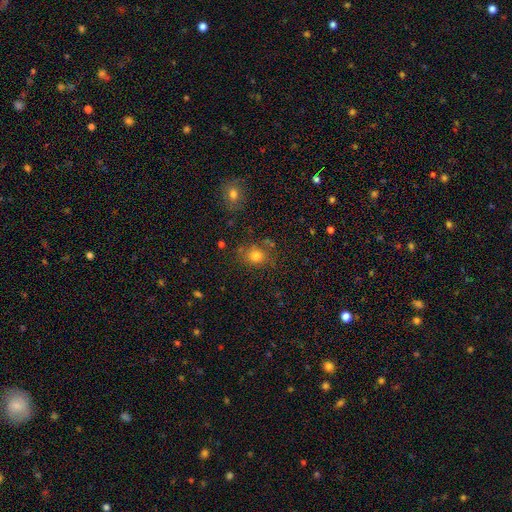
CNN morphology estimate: smooth_or_featured: smooth (p=0.78) [alt: star or artifact p=0.15]
how_rounded: round (p=0.72) [alt: in between p=0.27]
merging: none (p=0.75) [alt: minor disturbance p=0.14]